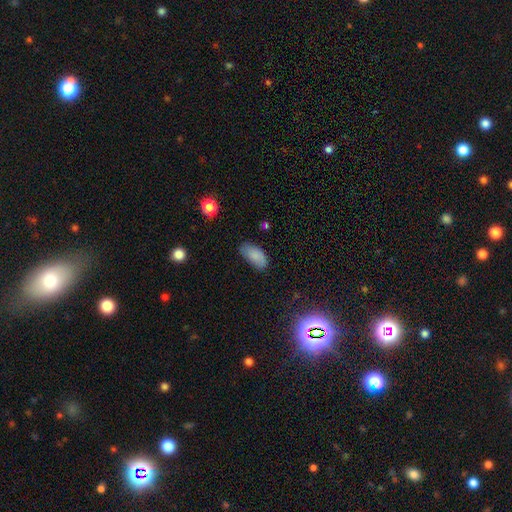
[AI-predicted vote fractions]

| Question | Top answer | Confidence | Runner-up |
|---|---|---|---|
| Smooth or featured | smooth | 84% | star or artifact (8%) |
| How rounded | in between | 93% | cigar-shaped (4%) |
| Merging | none | 69% | minor disturbance (24%) |